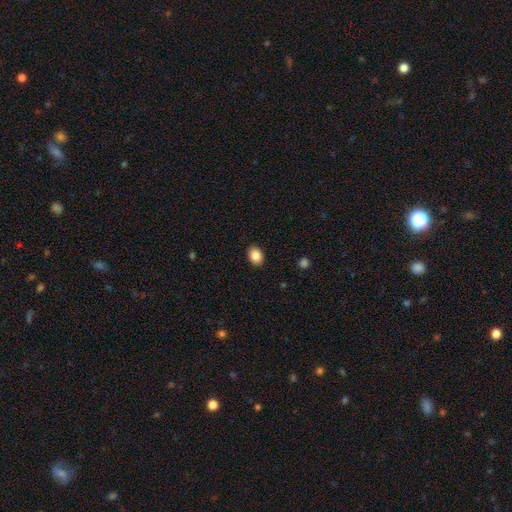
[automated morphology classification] Q: Smooth or featured?
A: smooth (86%); runner-up: star or artifact (9%)
Q: How rounded?
A: in between (71%); runner-up: round (28%)
Q: Merging?
A: none (90%); runner-up: minor disturbance (8%)